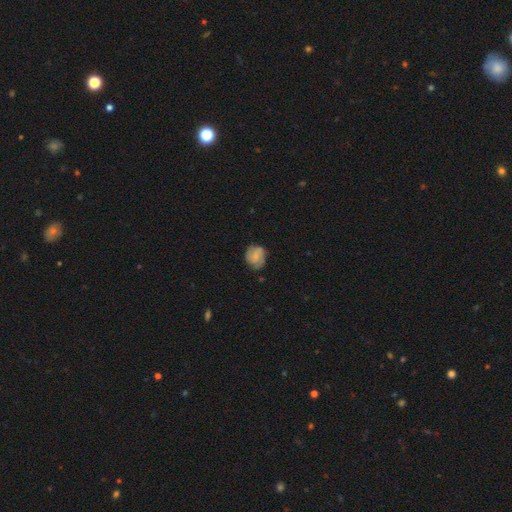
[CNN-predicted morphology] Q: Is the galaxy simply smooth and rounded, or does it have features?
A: smooth — 47%.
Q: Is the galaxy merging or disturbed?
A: none — 69%.